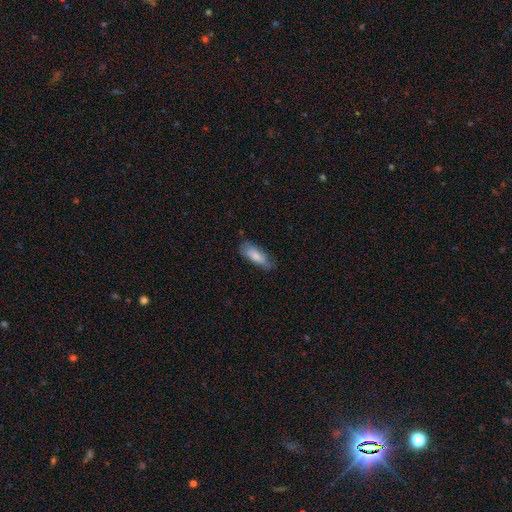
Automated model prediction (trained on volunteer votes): Smooth or featured: smooth — 77% (featured or disk — 17%)
How rounded: in between — 67% (cigar-shaped — 31%)
Merging: none — 69% (minor disturbance — 24%)